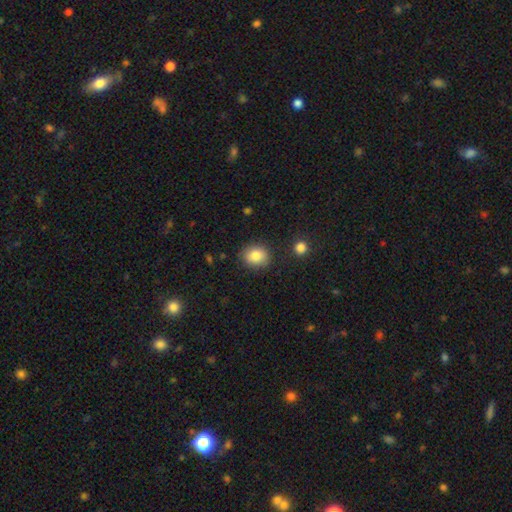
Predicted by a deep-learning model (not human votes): Q: Smooth or featured?
A: smooth (84%); runner-up: star or artifact (9%)
Q: How rounded?
A: round (66%); runner-up: in between (33%)
Q: Merging?
A: none (83%); runner-up: minor disturbance (11%)